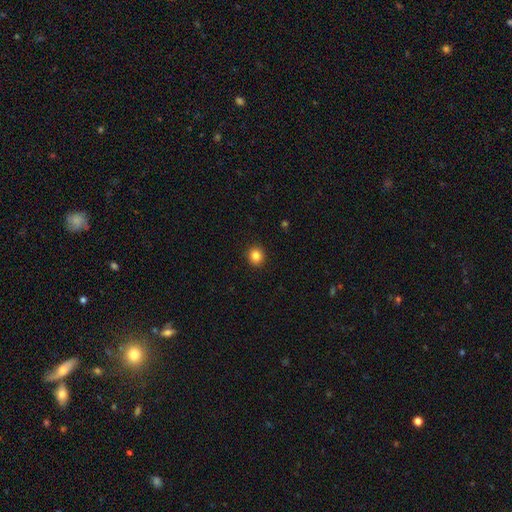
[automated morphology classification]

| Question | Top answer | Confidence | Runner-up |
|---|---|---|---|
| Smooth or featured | smooth | 84% | star or artifact (11%) |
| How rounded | round | 88% | in between (11%) |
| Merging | none | 92% | minor disturbance (5%) |